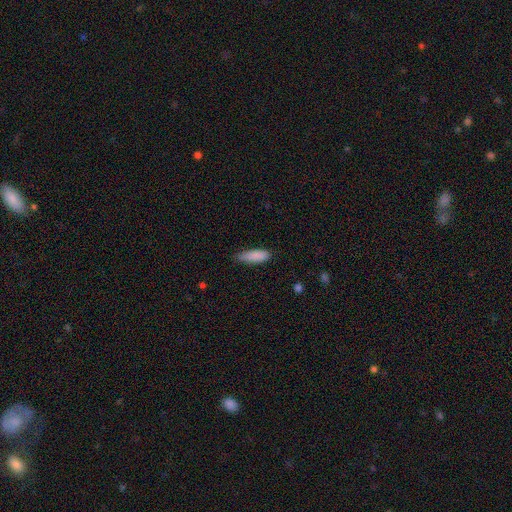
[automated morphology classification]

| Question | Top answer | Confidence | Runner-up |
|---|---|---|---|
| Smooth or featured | smooth | 87% | star or artifact (7%) |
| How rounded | in between | 53% | cigar-shaped (45%) |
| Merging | none | 63% | minor disturbance (30%) |